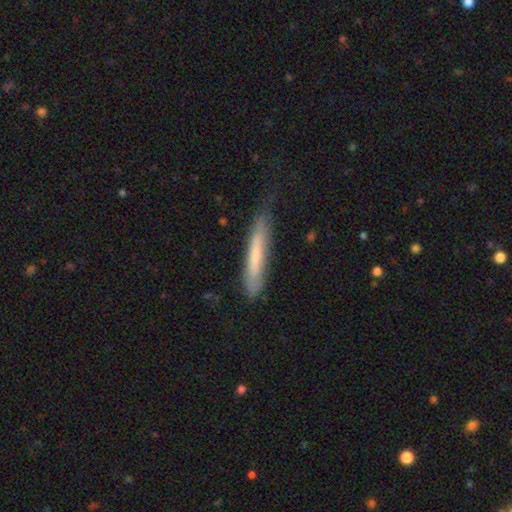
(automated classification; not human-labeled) Smooth or featured: smooth — 64% (featured or disk — 30%)
How rounded: cigar-shaped — 94% (in between — 5%)
Merging: none — 69% (minor disturbance — 23%)